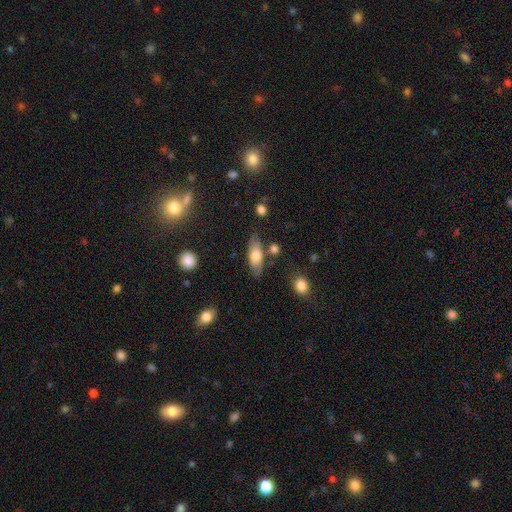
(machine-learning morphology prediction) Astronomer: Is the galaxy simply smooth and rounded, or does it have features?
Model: smooth — 66%.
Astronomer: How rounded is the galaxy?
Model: in between — 77%.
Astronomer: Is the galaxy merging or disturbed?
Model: none — 74%.